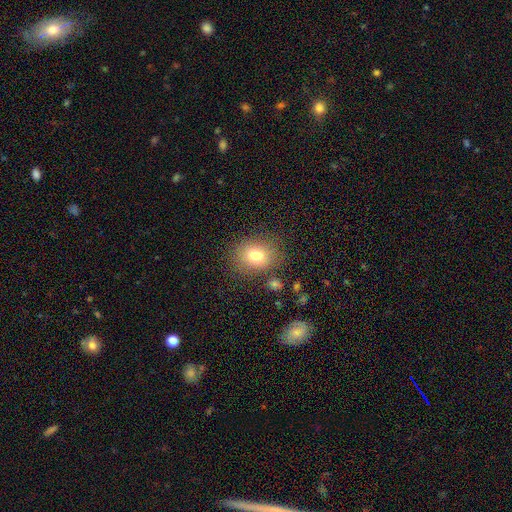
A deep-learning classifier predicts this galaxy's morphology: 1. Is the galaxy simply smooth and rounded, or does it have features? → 77% smooth, 12% star or artifact, 11% featured or disk.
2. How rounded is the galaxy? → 57% round, 42% in between, 1% cigar-shaped.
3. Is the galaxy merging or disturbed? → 80% none, 12% minor disturbance, 4% major disturbance, 3% merger.